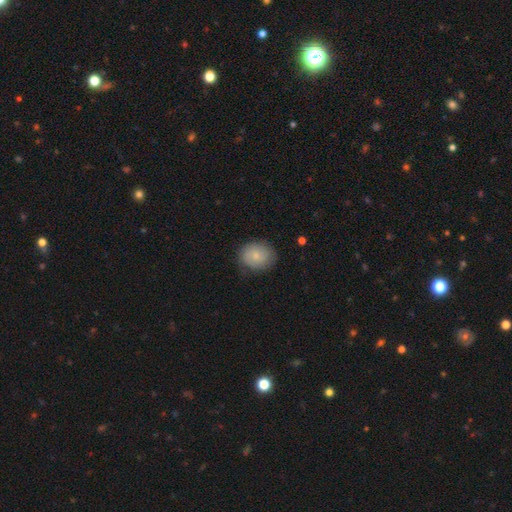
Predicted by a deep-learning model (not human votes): Overall: smooth (79%). How rounded: round (57%; in between 42%). Merging: none (78%).